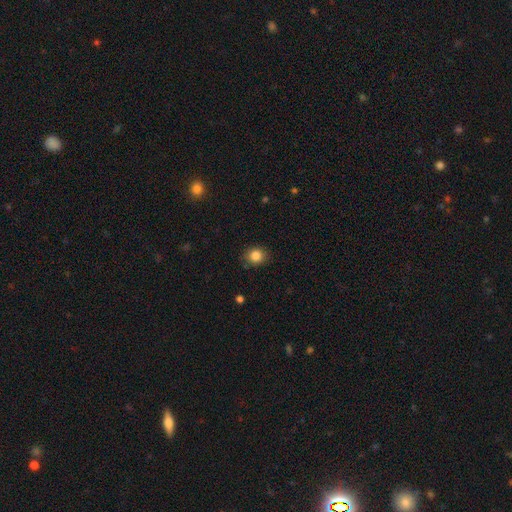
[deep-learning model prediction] Q: Smooth or featured?
A: smooth (84%); runner-up: star or artifact (10%)
Q: How rounded?
A: round (72%); runner-up: in between (27%)
Q: Merging?
A: none (85%); runner-up: minor disturbance (11%)